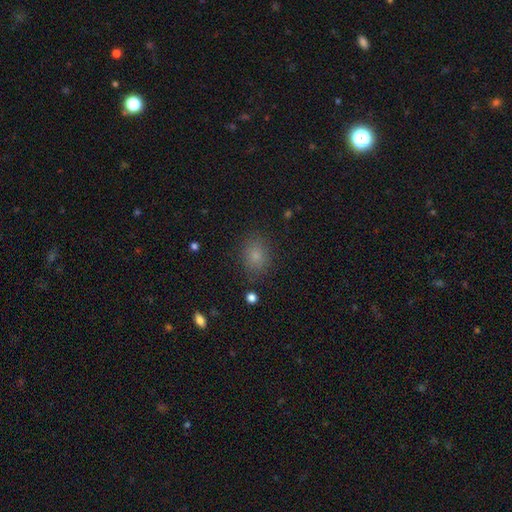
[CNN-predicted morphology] A smooth galaxy with no disk features (79%) that is in between round and cigar-shaped (58%). Merging: none (83%).